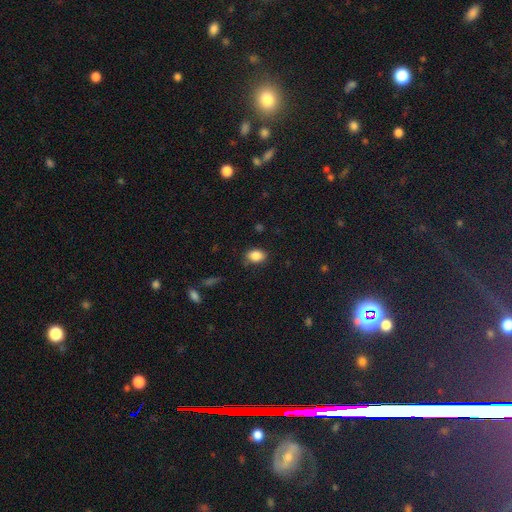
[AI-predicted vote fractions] This appears to be a smooth galaxy with no disk features (86%) that is in between round and cigar-shaped (79%). Merging: none (78%).